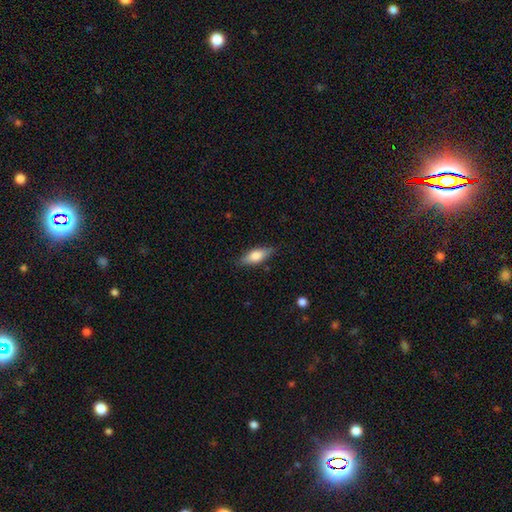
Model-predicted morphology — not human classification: The model was most divided on "how rounded": in between: 66%, cigar-shaped: 31%, round: 3%. More confident: merging — none (84%); smooth or featured — smooth (64%).